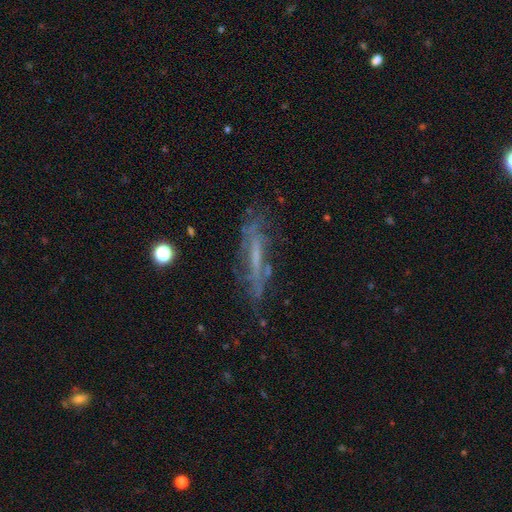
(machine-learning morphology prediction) Smooth or featured? featured or disk (61%)
Edge-on disk? yes (57%)
Merging? none (66%)